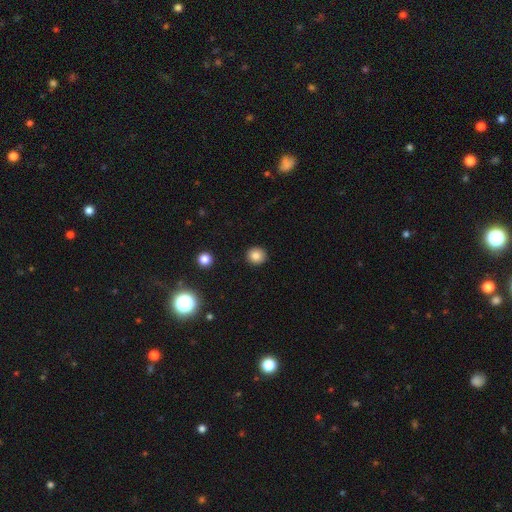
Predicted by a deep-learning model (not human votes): This appears to be a smooth galaxy with no disk features (83%) that is round (90%). Merging: none (92%).